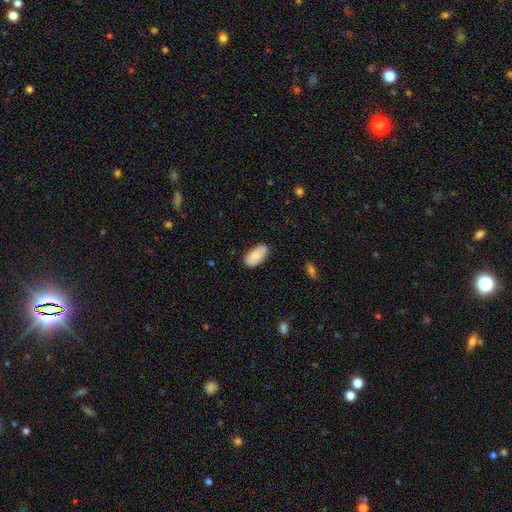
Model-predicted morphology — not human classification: smooth-or-featured: smooth: 70% | featured or disk: 24% | star or artifact: 7%
  how-rounded: in between: 94% | cigar-shaped: 4% | round: 3%
  merging: none: 81% | minor disturbance: 15% | major disturbance: 3% | merger: 1%